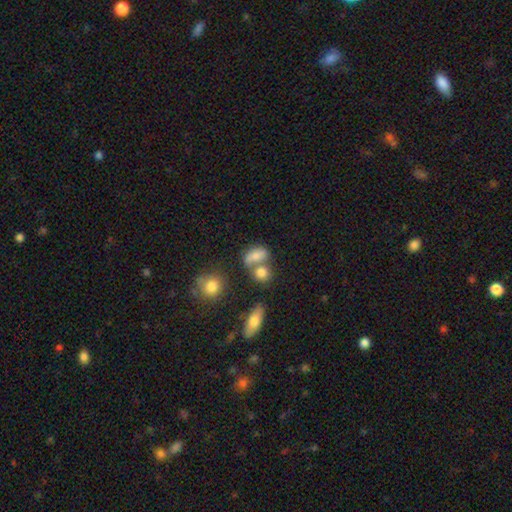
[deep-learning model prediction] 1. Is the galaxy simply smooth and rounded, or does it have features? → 74% smooth, 14% featured or disk, 12% star or artifact.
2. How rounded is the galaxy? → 74% in between, 21% round, 5% cigar-shaped.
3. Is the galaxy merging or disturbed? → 41% merger, 39% none, 13% minor disturbance, 7% major disturbance.